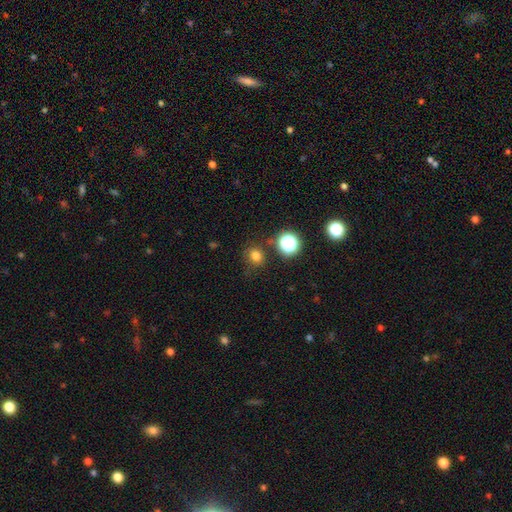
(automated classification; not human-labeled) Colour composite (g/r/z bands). It shows a smooth galaxy with no disk features (75%) that is round (74%). Merging: none (80%).